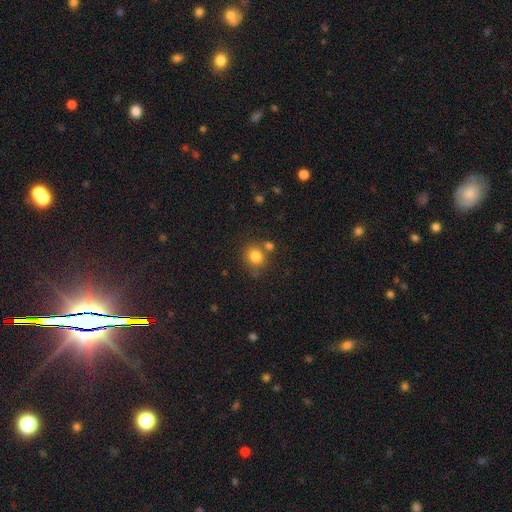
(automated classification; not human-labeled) Smooth or featured: smooth — 81% (star or artifact — 12%)
How rounded: round — 82% (in between — 17%)
Merging: none — 67% (merger — 18%)